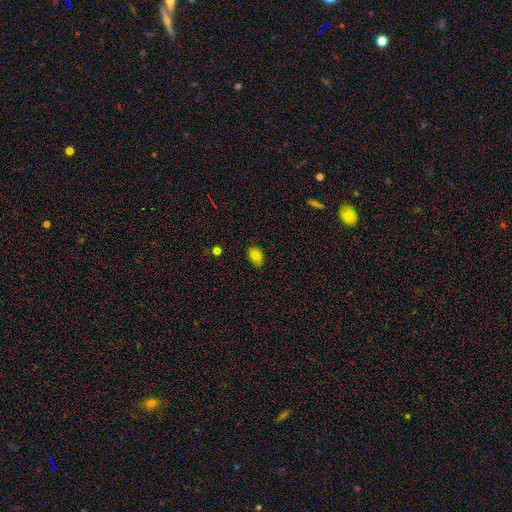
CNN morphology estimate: This is clearly a smooth galaxy (82%). How rounded: clearly in between (85%). Merging: likely none (80%).